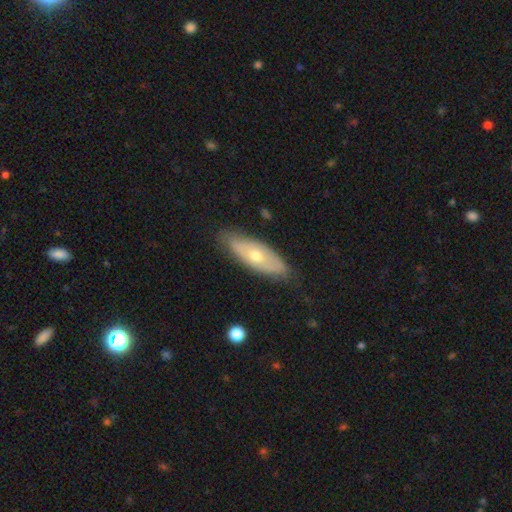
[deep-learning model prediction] A featured or disk galaxy (48%).

Vote fractions:
- Smooth or featured? featured or disk: 48% / smooth: 46% / star or artifact: 6%
- Merging? none: 78% / minor disturbance: 17% / major disturbance: 3% / merger: 1%